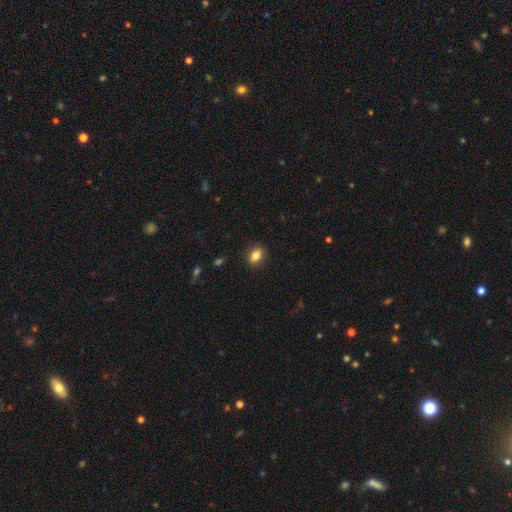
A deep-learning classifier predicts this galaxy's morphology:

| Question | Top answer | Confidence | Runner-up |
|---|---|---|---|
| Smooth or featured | smooth | 80% | featured or disk (11%) |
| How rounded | in between | 76% | round (20%) |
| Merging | none | 87% | minor disturbance (10%) |